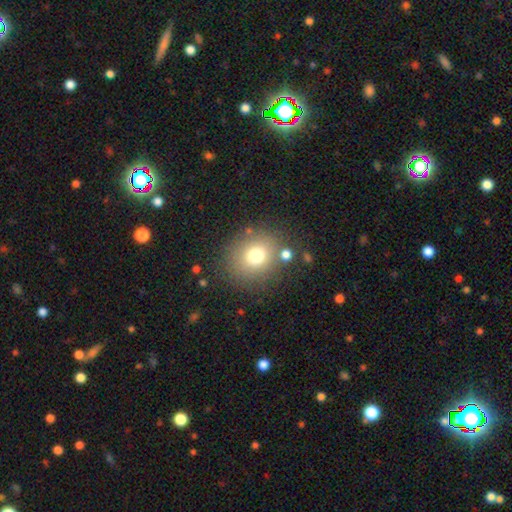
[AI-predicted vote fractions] smooth-or-featured: smooth: 73% | star or artifact: 14% | featured or disk: 12%
  how-rounded: round: 74% | in between: 25% | cigar-shaped: 1%
  merging: none: 79% | minor disturbance: 10% | merger: 6% | major disturbance: 5%